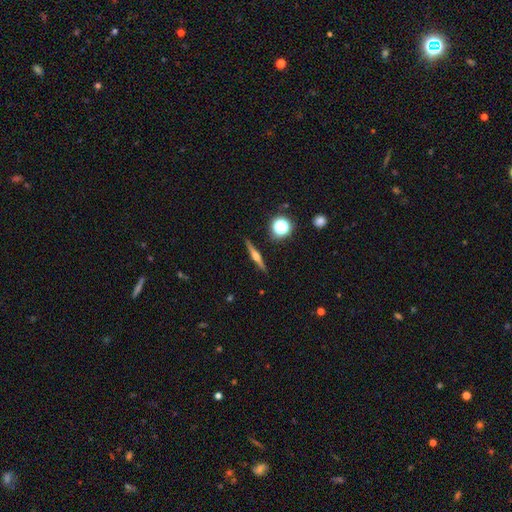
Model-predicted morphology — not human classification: A featured or disk galaxy (66%) viewed edge-on (97%) with a rounded central bulge (82%). Merging: none (90%).